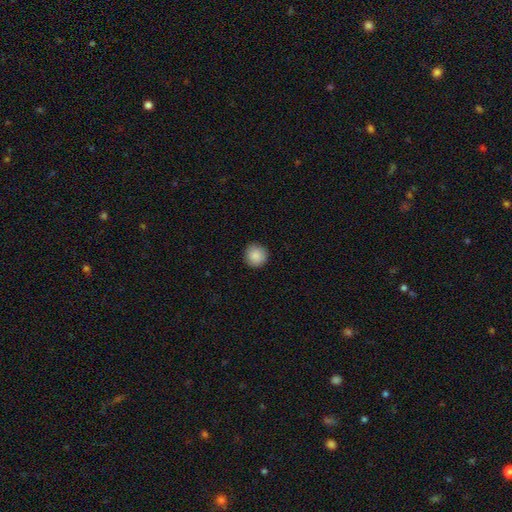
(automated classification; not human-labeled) Smooth or featured? smooth (89%)
How rounded? round (95%)
Merging? none (90%)